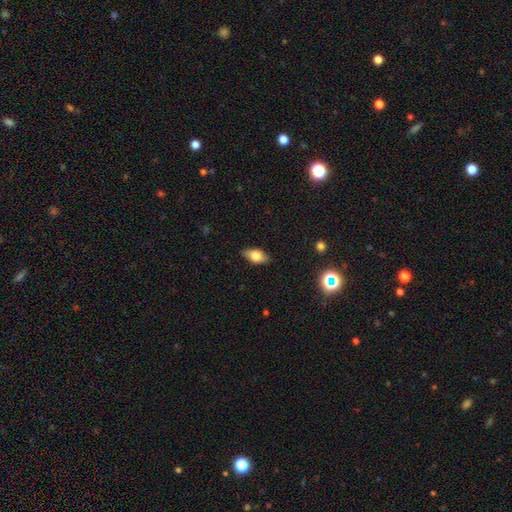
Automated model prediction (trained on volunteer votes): smooth-or-featured: smooth: 74% | featured or disk: 18% | star or artifact: 8%
  how-rounded: in between: 89% | cigar-shaped: 6% | round: 5%
  merging: none: 87% | minor disturbance: 10% | major disturbance: 2% | merger: 1%